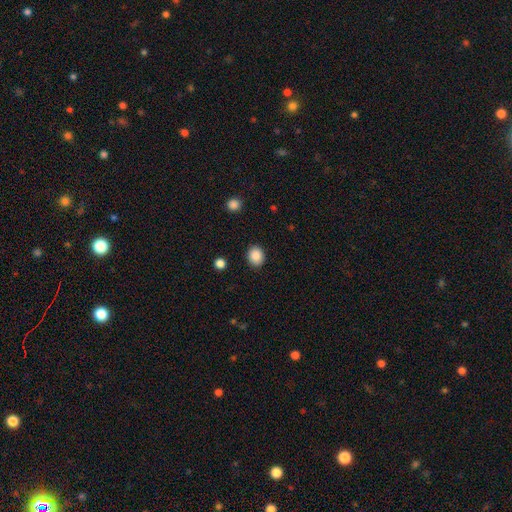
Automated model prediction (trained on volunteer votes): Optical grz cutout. It shows a smooth galaxy with no disk features (89%) that is round (64%). Merging: none (89%).